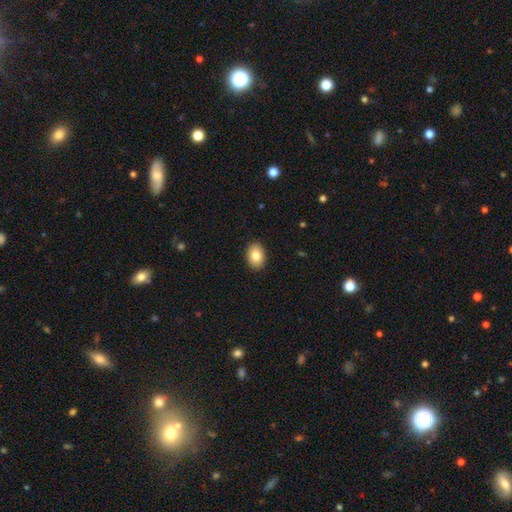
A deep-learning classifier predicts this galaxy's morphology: Overall: smooth (84%). How rounded: in between (80%). Merging: none (90%).